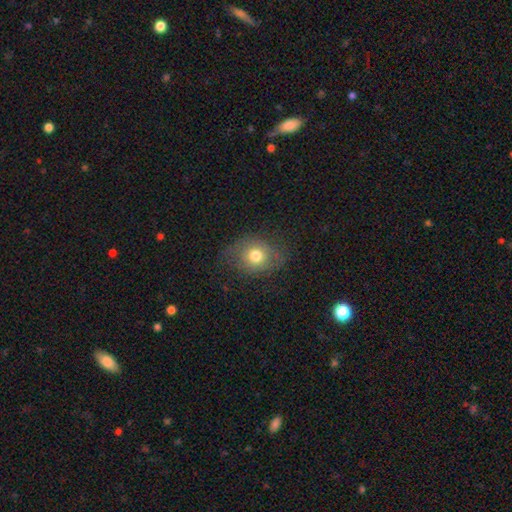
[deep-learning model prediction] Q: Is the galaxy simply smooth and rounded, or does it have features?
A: smooth — 70%.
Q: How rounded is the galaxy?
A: round — 60%.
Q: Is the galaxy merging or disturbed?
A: none — 66%.